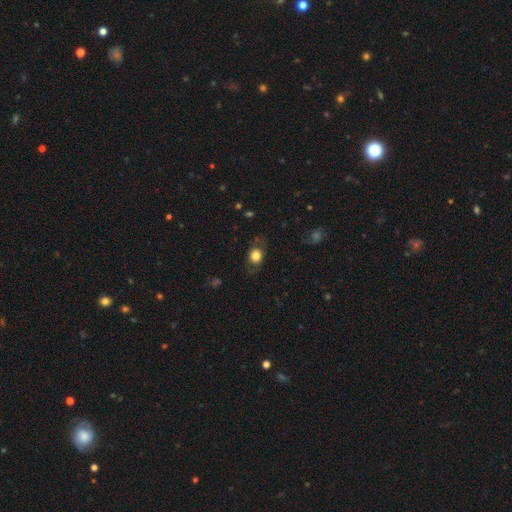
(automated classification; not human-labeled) The model was most divided on "how rounded": round: 59%, in between: 40%, cigar-shaped: 2%. More confident: smooth or featured — smooth (78%); merging — none (75%).